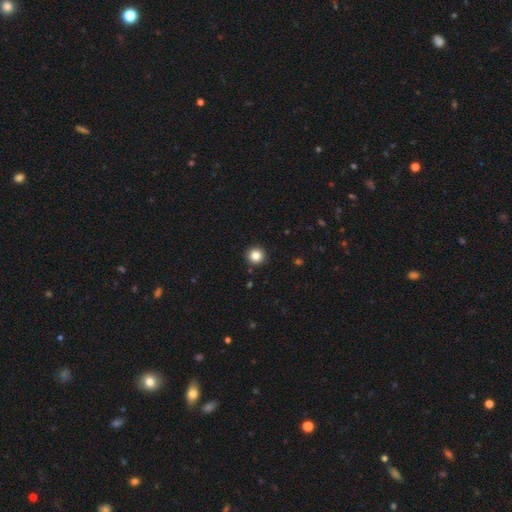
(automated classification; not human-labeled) Morphology: type=smooth (84%); roundness=round (95%); merging=none (93%).